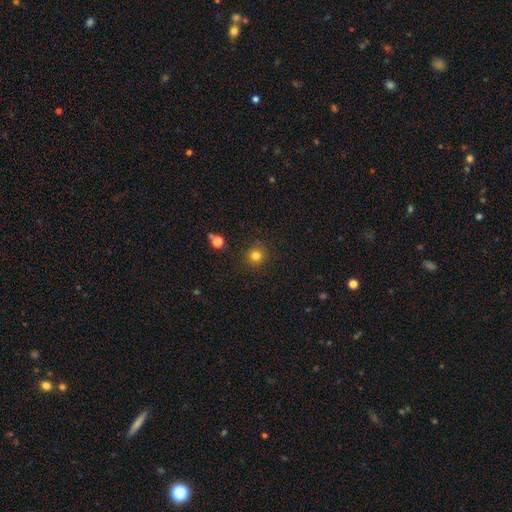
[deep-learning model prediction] smooth 80%, star or artifact 14%, featured or disk 5%. Down the decision tree: how rounded — round (94%); merging — none (90%).